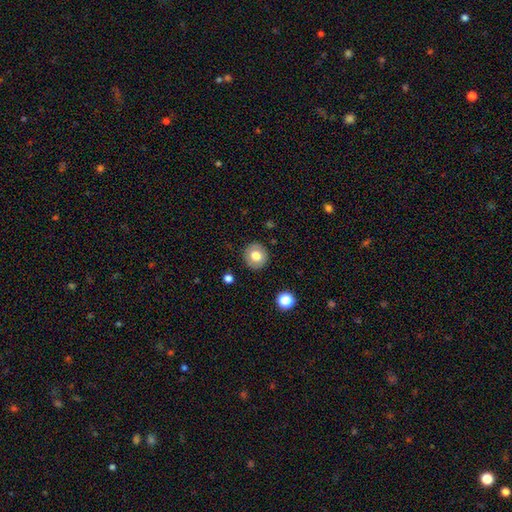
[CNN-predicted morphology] The model was most divided on "smooth or featured": smooth: 76%, featured or disk: 15%, star or artifact: 9%. More confident: how rounded — round (90%); merging — none (89%).